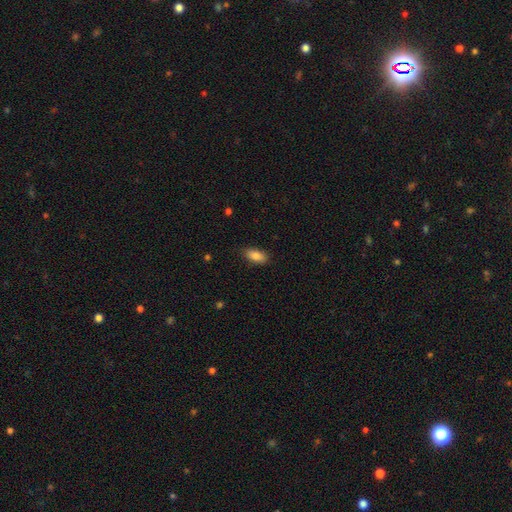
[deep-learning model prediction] Smooth or featured: smooth — 86% (star or artifact — 7%)
How rounded: in between — 89% (cigar-shaped — 7%)
Merging: none — 85% (minor disturbance — 11%)